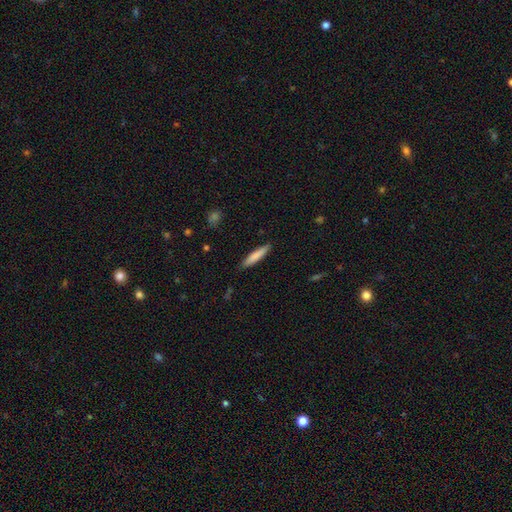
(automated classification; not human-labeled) Q: Smooth or featured?
A: smooth (80%); runner-up: featured or disk (15%)
Q: How rounded?
A: cigar-shaped (89%); runner-up: in between (9%)
Q: Merging?
A: none (89%); runner-up: minor disturbance (8%)